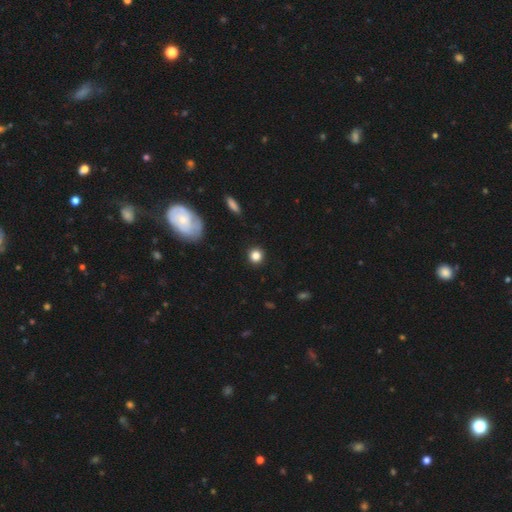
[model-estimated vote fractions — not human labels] A smooth galaxy with no disk features (83%) that is round (92%).

Vote fractions:
- Smooth or featured? smooth: 83% / star or artifact: 11% / featured or disk: 5%
- How rounded? round: 92% / in between: 7% / cigar-shaped: 1%
- Merging? none: 91% / minor disturbance: 6% / major disturbance: 2% / merger: 1%